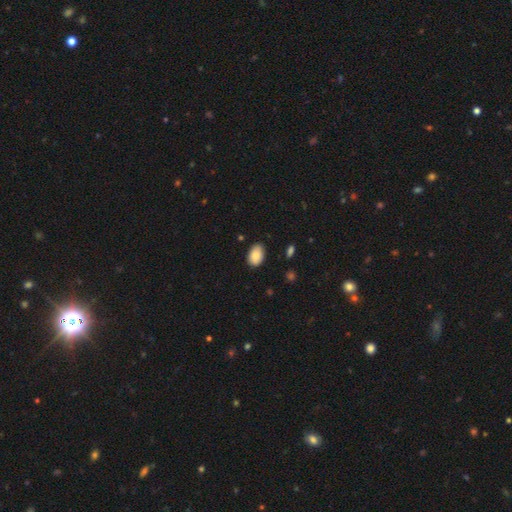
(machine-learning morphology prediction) This is clearly a smooth galaxy (87%). How rounded: clearly in between (89%). Merging: clearly none (81%).